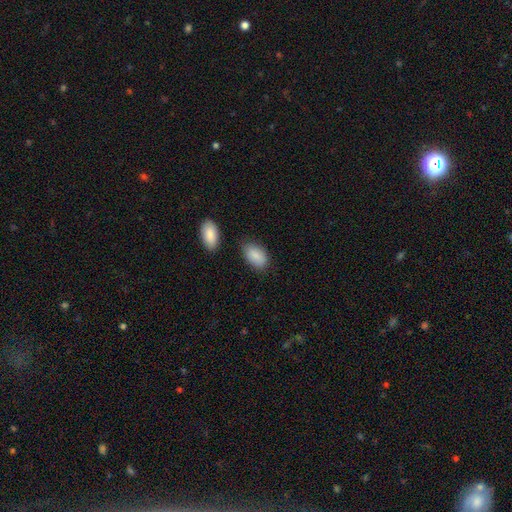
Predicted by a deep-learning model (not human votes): A smooth galaxy with no disk features (88%) that is in between round and cigar-shaped (93%). Merging: none (73%).